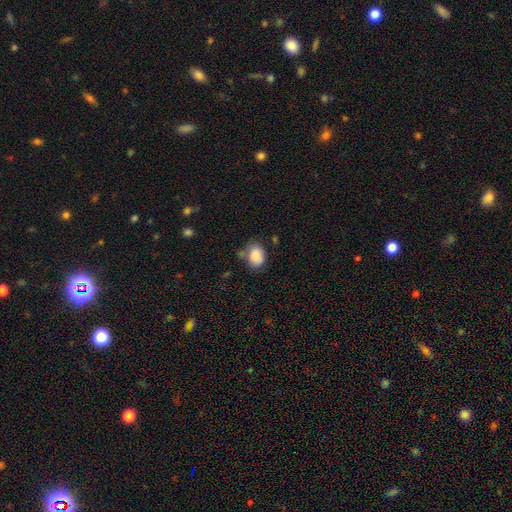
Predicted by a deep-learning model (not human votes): smooth_or_featured: smooth (p=0.87) [alt: star or artifact p=0.08]
how_rounded: in between (p=0.70) [alt: round p=0.29]
merging: none (p=0.61) [alt: minor disturbance p=0.24]